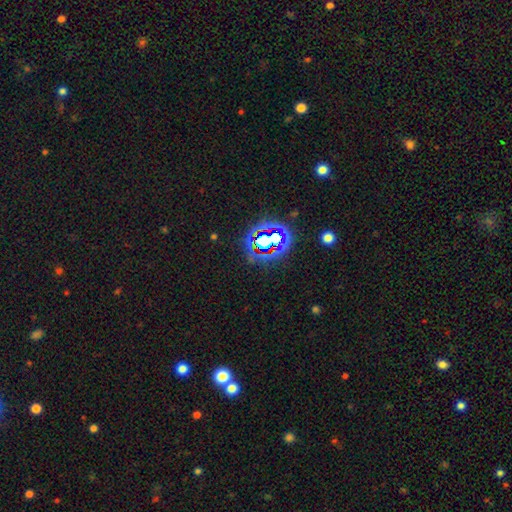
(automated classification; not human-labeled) Q: Smooth or featured?
A: star or artifact (70%); runner-up: smooth (18%)